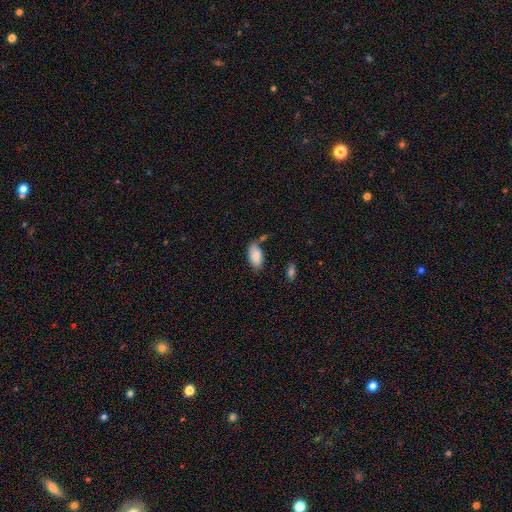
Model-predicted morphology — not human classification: Smooth or featured?
  - smooth: 88% *
  - star or artifact: 7%
  - featured or disk: 6%
How rounded?
  - in between: 95% *
  - cigar-shaped: 3%
  - round: 2%
Merging?
  - none: 66% *
  - minor disturbance: 20%
  - merger: 9%
  - major disturbance: 5%